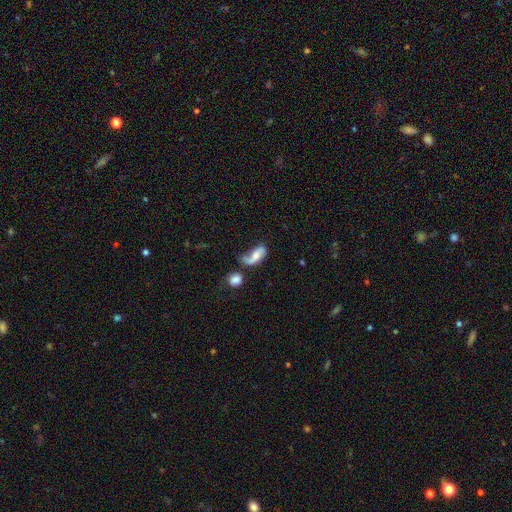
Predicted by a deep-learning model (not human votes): This is possibly a featured or disk galaxy (51%). It is clearly not viewed edge-on (92%). Merging: marginally none (31%).